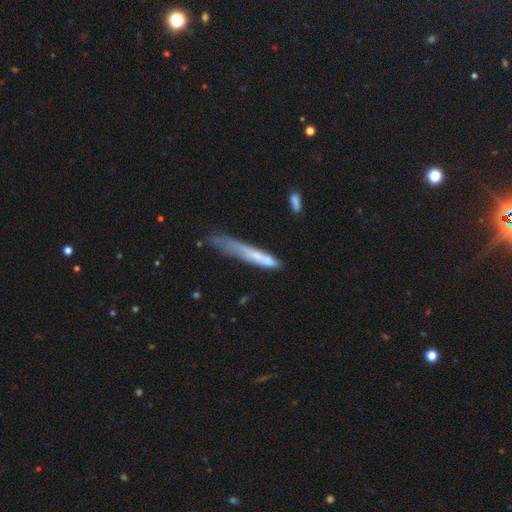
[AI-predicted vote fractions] Smooth or featured? smooth (57%)
How rounded? cigar-shaped (93%)
Merging? none (39%)